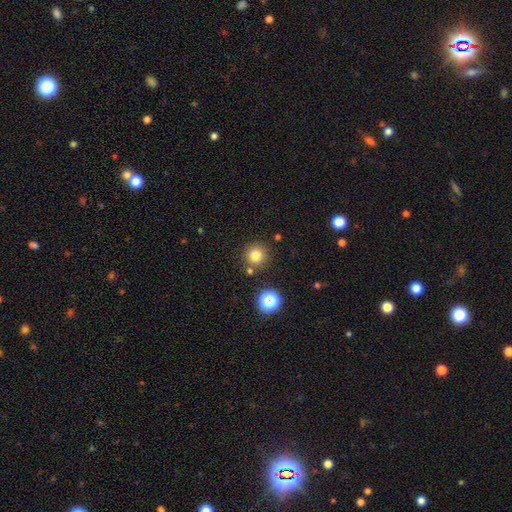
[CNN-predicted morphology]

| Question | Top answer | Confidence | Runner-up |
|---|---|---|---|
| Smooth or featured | smooth | 79% | star or artifact (15%) |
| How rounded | round | 94% | in between (5%) |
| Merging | none | 82% | minor disturbance (8%) |